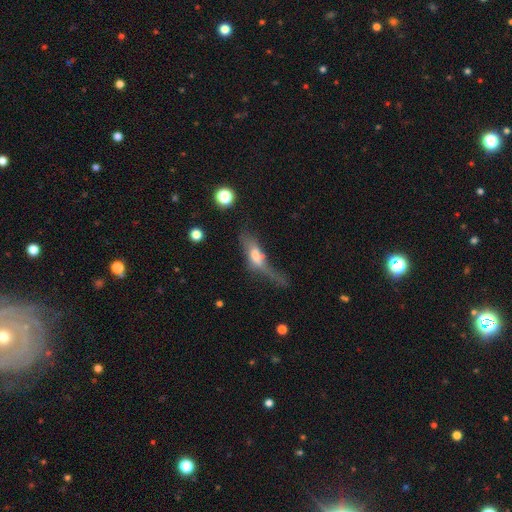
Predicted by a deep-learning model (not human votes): Overall: featured or disk (47%; smooth 41%). Merging: major disturbance (41%; none 24%).